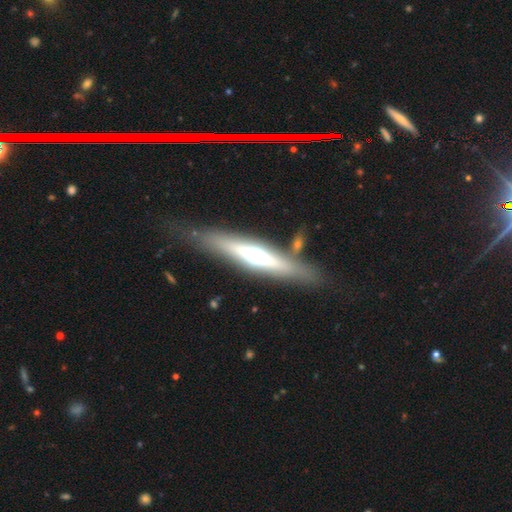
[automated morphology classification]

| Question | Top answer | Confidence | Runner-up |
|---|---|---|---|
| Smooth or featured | featured or disk | 63% | smooth (29%) |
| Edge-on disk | yes | 91% | no (9%) |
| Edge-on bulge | rounded | 91% | boxy (5%) |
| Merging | none | 78% | minor disturbance (10%) |